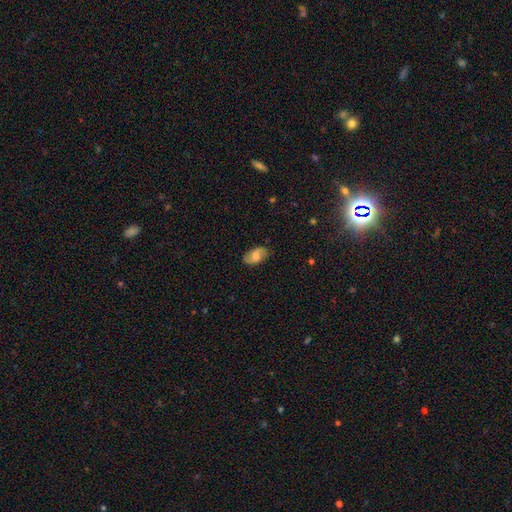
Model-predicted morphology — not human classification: type=smooth (51%); roundness=in between (91%); merging=none (81%).